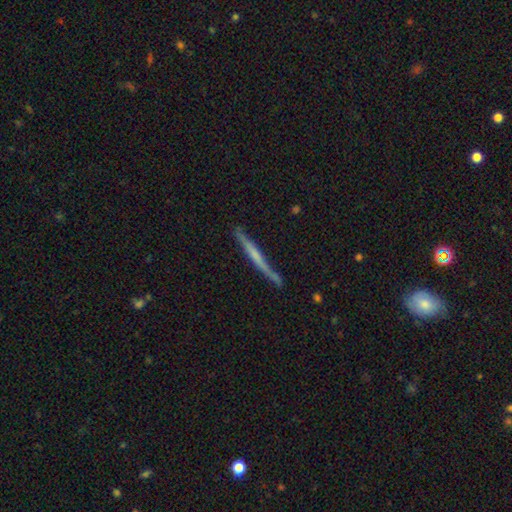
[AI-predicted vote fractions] smooth-or-featured: featured or disk: 59% | smooth: 35% | star or artifact: 6%
  disk-edge-on: yes: 95% | no: 5%
    edge-on-bulge: none: 66% | rounded: 21% | boxy: 13%
  merging: none: 77% | minor disturbance: 17% | major disturbance: 4% | merger: 3%